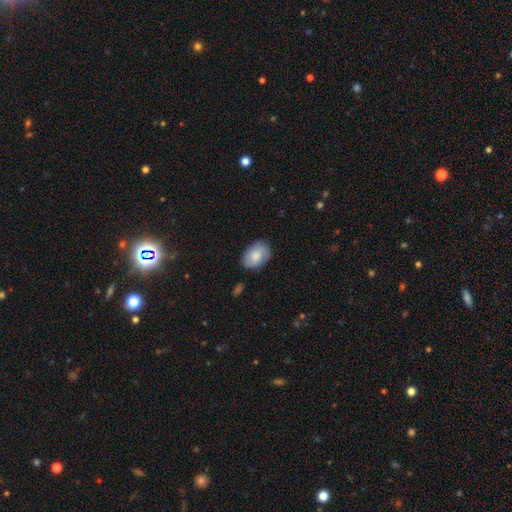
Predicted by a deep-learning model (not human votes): This is likely a smooth galaxy (74%). How rounded: clearly in between (81%). Merging: likely none (79%).